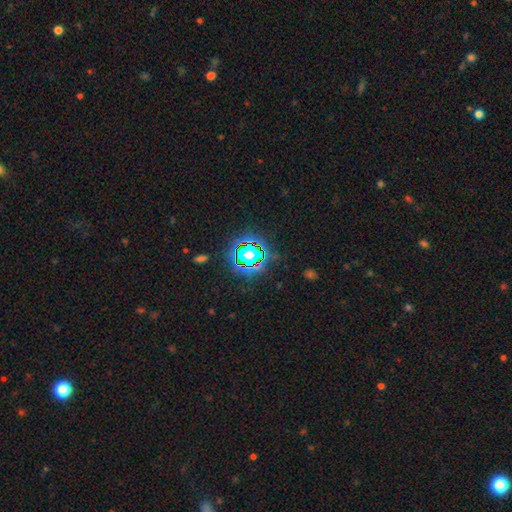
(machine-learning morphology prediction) Smooth or featured: star or artifact — 82% (smooth — 11%)